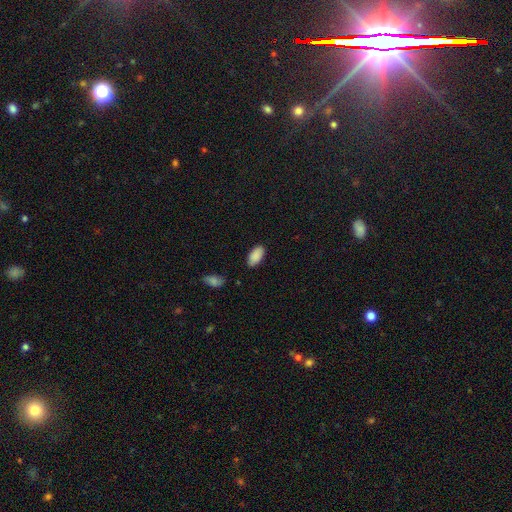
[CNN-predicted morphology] smooth-or-featured: smooth: 89% | star or artifact: 7% | featured or disk: 4%
  how-rounded: in between: 95% | cigar-shaped: 3% | round: 2%
  merging: none: 83% | minor disturbance: 13% | major disturbance: 3% | merger: 2%